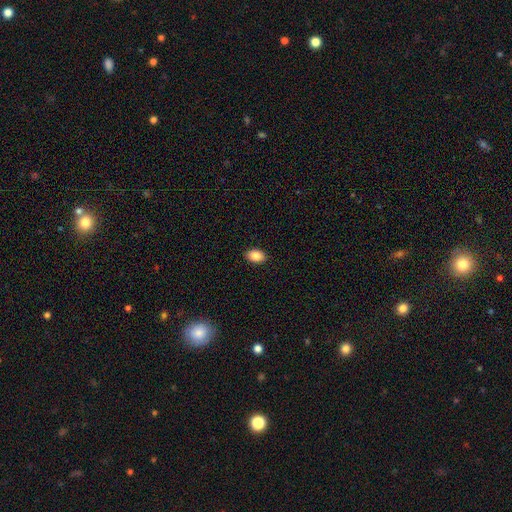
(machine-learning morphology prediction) smooth 86%, star or artifact 8%, featured or disk 6%. Down the decision tree: how rounded — in between (88%); merging — none (90%).